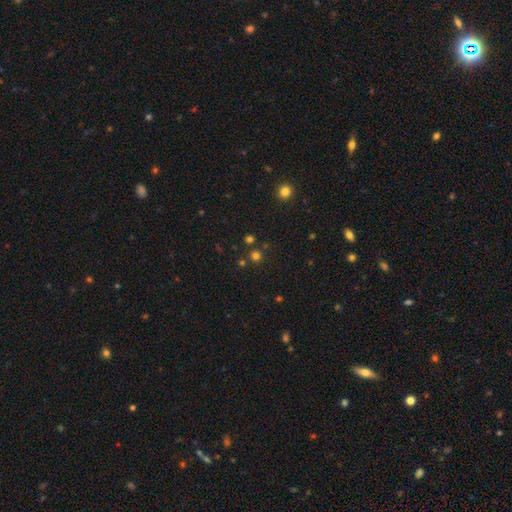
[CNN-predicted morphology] A smooth galaxy with no disk features (66%) that is round (93%).

Vote fractions:
- Smooth or featured? smooth: 66% / star or artifact: 28% / featured or disk: 6%
- How rounded? round: 93% / in between: 6% / cigar-shaped: 1%
- Merging? none: 81% / merger: 11% / minor disturbance: 6% / major disturbance: 3%